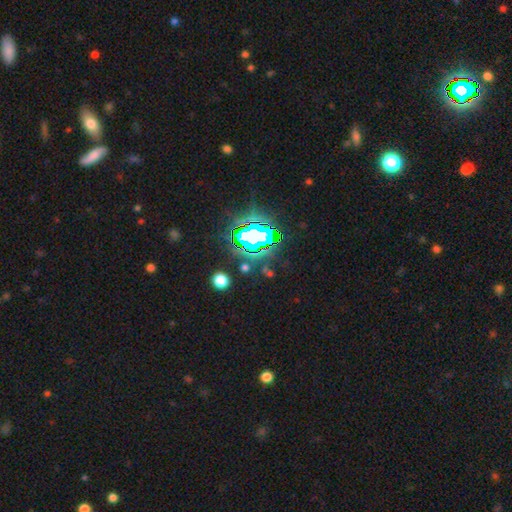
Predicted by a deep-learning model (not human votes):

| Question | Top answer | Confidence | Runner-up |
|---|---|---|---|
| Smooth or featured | star or artifact | 79% | smooth (13%) |